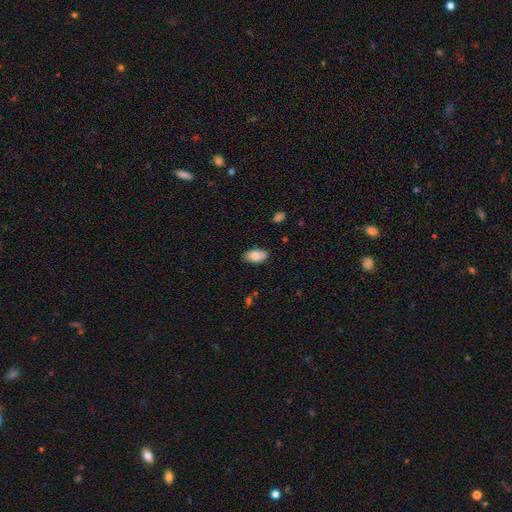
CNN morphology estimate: smooth 82%, featured or disk 11%, star or artifact 6%. Down the decision tree: how rounded — in between (93%); merging — none (85%).